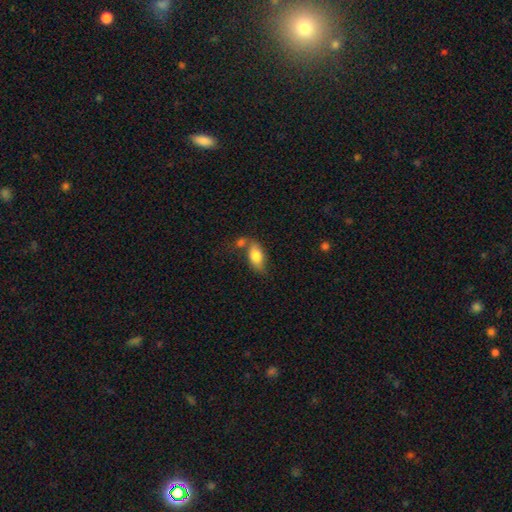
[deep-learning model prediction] Smooth or featured?
  - smooth: 78% *
  - featured or disk: 15%
  - star or artifact: 7%
How rounded?
  - in between: 89% *
  - cigar-shaped: 6%
  - round: 5%
Merging?
  - none: 49% *
  - merger: 25%
  - minor disturbance: 18%
  - major disturbance: 8%